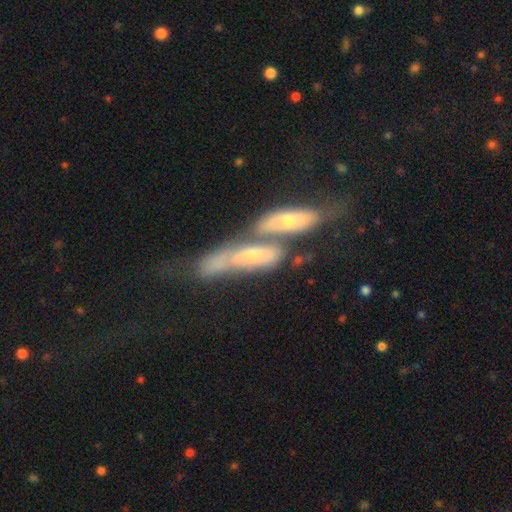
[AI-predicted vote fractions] smooth-or-featured: smooth: 55% | featured or disk: 38% | star or artifact: 7%
  how-rounded: cigar-shaped: 53% | in between: 43% | round: 4%
  merging: merger: 48% | none: 29% | minor disturbance: 14% | major disturbance: 9%